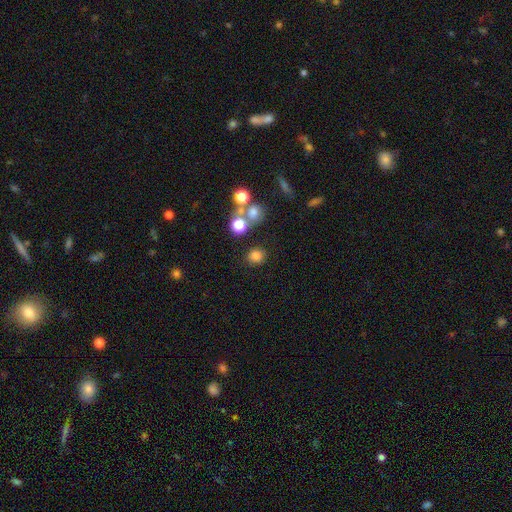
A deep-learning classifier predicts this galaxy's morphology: Overall: smooth (77%). How rounded: round (83%). Merging: none (80%).